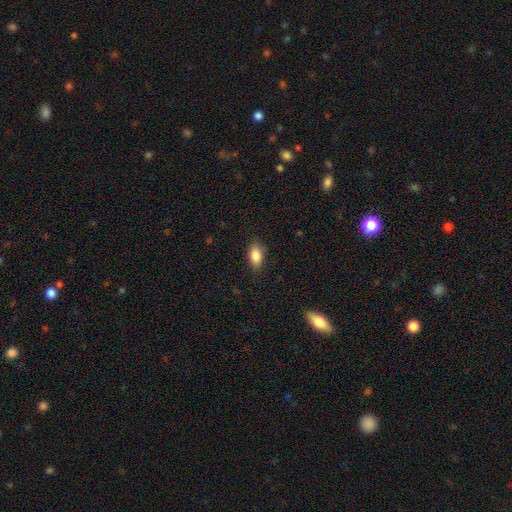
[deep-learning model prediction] A smooth galaxy with no disk features (86%) that is in between round and cigar-shaped (89%). Merging: none (84%).